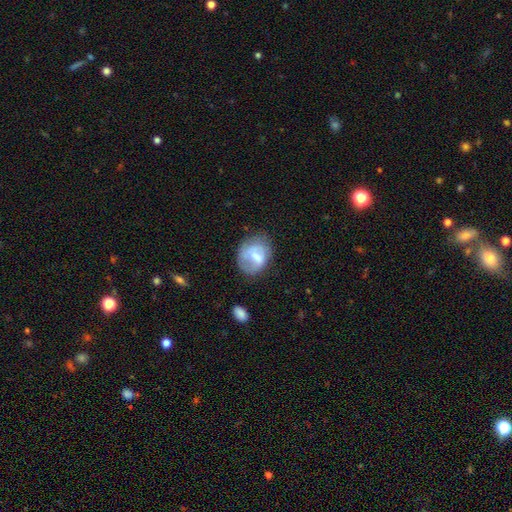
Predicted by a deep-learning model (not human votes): Smooth or featured?
  - smooth: 52% *
  - featured or disk: 41%
  - star or artifact: 8%
How rounded?
  - in between: 51% *
  - round: 48%
  - cigar-shaped: 1%
Merging?
  - none: 52% *
  - minor disturbance: 29%
  - major disturbance: 16%
  - merger: 3%